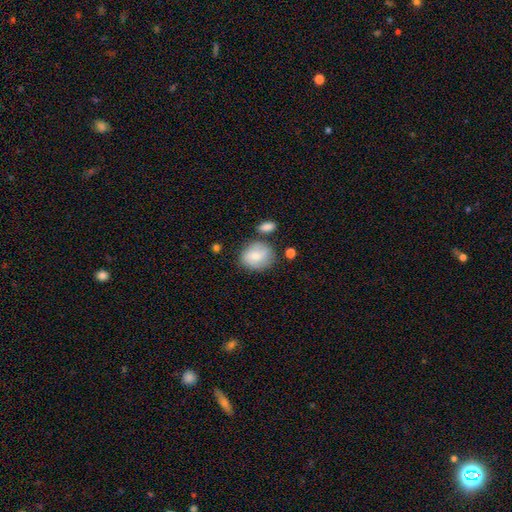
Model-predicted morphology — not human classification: type=smooth (74%); roundness=round (60%); merging=none (65%).